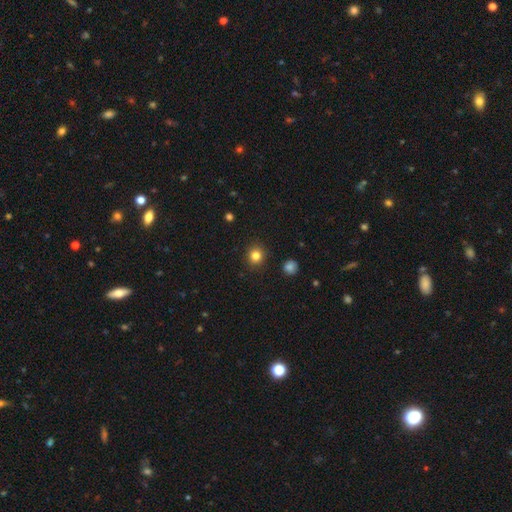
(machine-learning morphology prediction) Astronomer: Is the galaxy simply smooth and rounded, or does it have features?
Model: smooth — 83%.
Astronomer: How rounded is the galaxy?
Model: round — 88%.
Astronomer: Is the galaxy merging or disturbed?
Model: none — 91%.